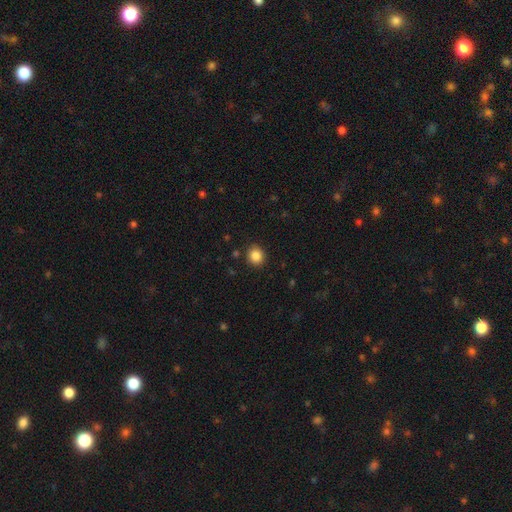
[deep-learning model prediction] Overall: smooth (86%). How rounded: round (83%). Merging: none (89%).